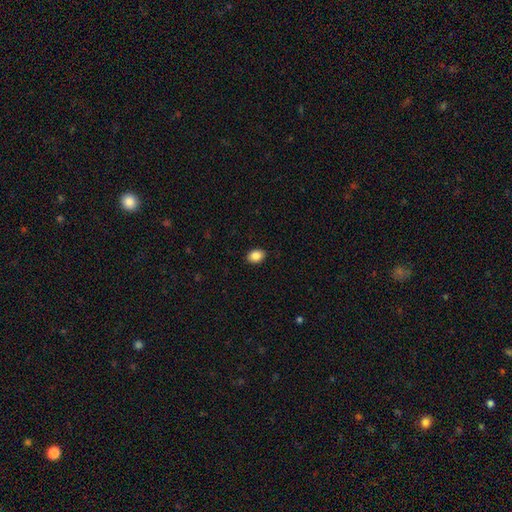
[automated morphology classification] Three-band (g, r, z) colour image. It shows a smooth galaxy with no disk features (87%) that is in between round and cigar-shaped (76%). Merging: none (89%).